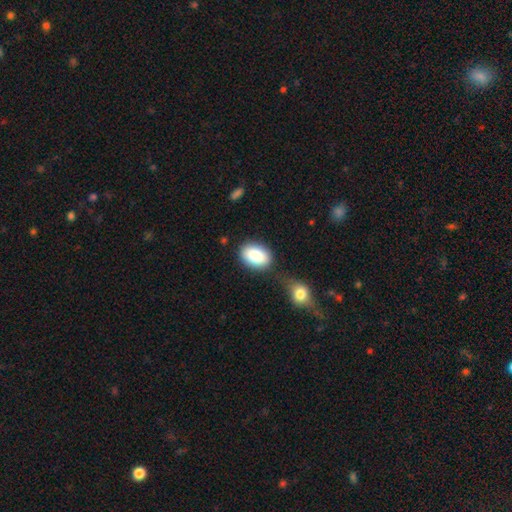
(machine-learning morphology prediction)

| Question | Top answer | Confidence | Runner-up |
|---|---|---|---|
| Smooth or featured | smooth | 86% | featured or disk (7%) |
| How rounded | in between | 84% | round (15%) |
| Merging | none | 71% | minor disturbance (13%) |